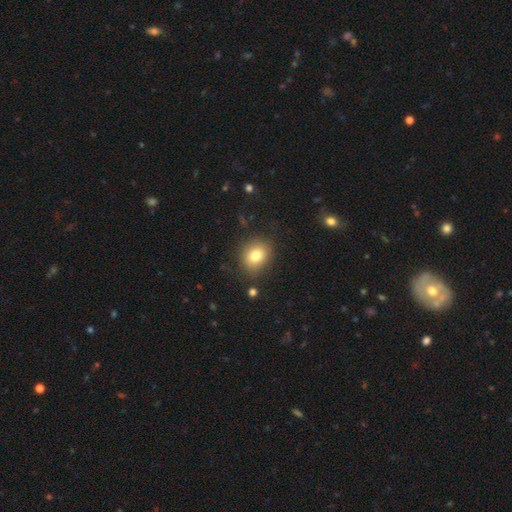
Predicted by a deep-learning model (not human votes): Smooth or featured? Predicted: smooth (p=0.79). How rounded? Predicted: round (p=0.66). Merging? Predicted: none (p=0.83).